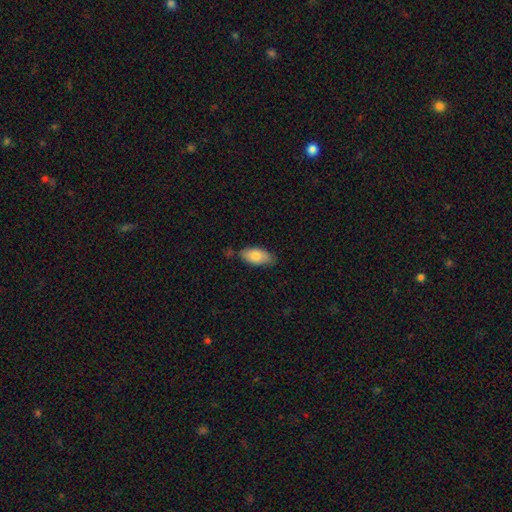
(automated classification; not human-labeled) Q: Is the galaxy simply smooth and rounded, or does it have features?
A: smooth — 80%.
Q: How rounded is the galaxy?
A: in between — 91%.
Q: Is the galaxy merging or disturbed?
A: none — 73%.